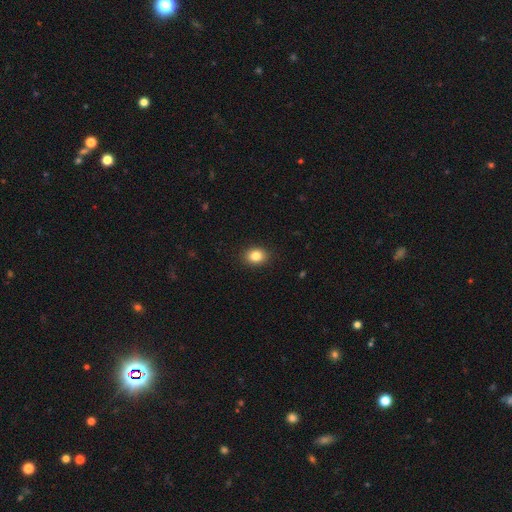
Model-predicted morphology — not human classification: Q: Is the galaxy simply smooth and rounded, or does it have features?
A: smooth — 84%.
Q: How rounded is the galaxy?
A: in between — 52%.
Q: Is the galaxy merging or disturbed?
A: none — 90%.